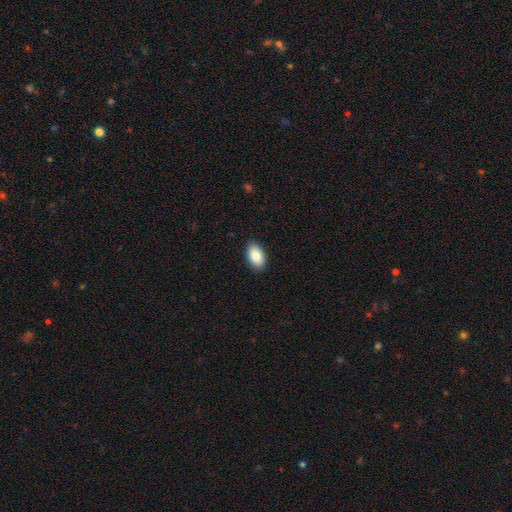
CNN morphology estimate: smooth-or-featured: smooth: 85% | featured or disk: 9% | star or artifact: 7%
  how-rounded: in between: 94% | round: 5% | cigar-shaped: 1%
  merging: none: 90% | minor disturbance: 8% | major disturbance: 2% | merger: 1%